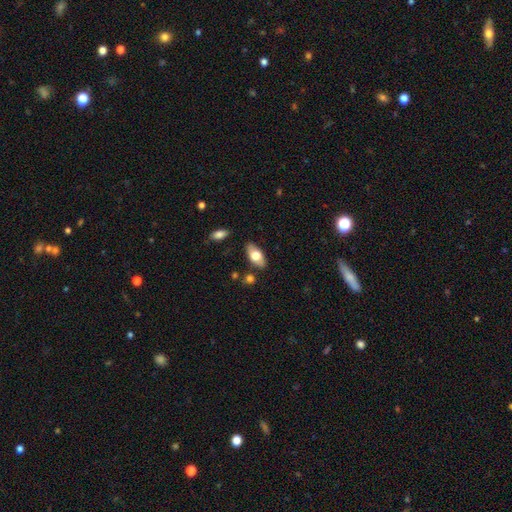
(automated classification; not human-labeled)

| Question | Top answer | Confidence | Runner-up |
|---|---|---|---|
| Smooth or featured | smooth | 71% | featured or disk (22%) |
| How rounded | in between | 90% | cigar-shaped (7%) |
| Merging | none | 83% | minor disturbance (12%) |